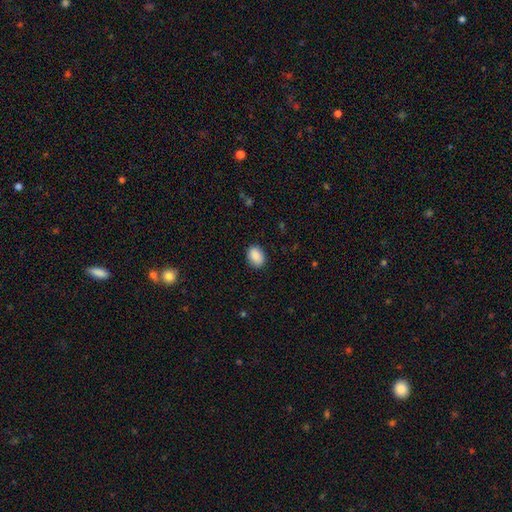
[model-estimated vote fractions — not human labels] This appears to be a smooth galaxy with no disk features (89%) that is in between round and cigar-shaped (69%). Merging: none (87%).